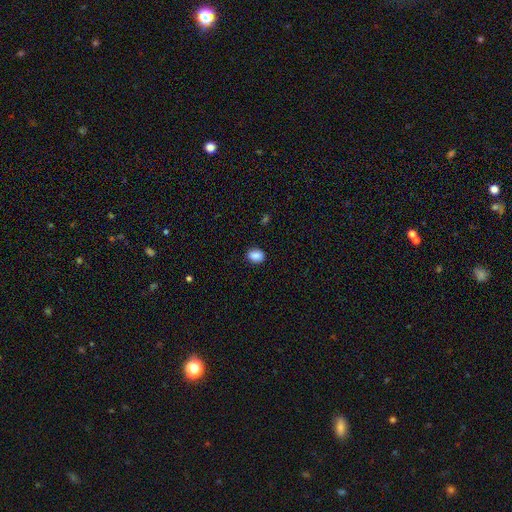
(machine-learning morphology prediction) A smooth galaxy with no disk features (87%) that is in between round and cigar-shaped (65%). Merging: none (87%).